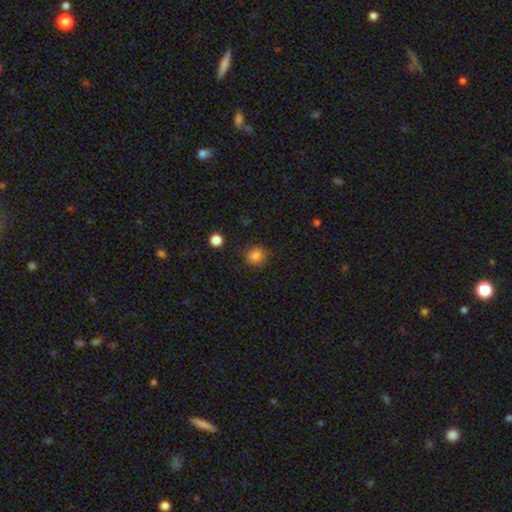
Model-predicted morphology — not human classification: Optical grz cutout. It shows a smooth galaxy with no disk features (84%) that is round (91%). Merging: none (85%).